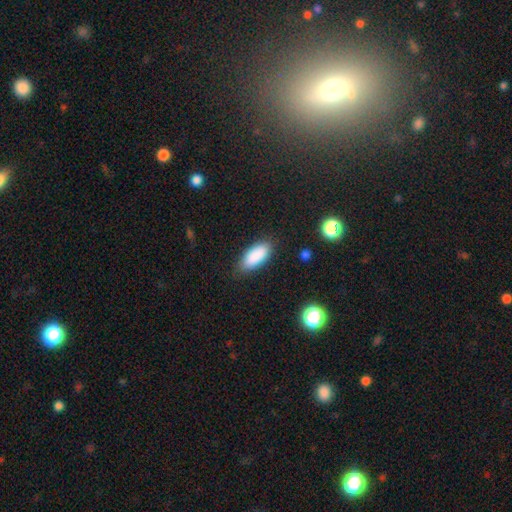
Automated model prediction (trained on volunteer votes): This is clearly a smooth galaxy (89%). How rounded: clearly in between (86%). Merging: clearly none (82%).